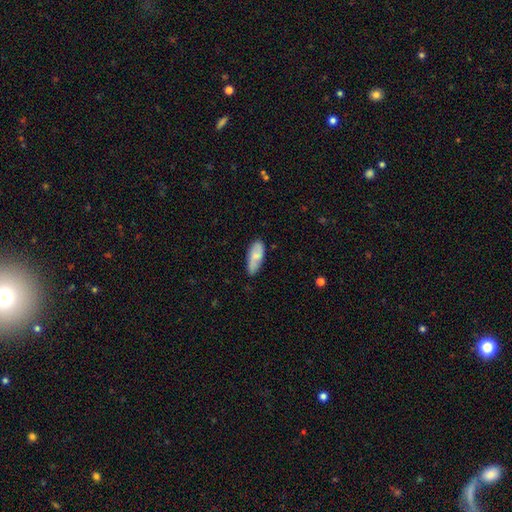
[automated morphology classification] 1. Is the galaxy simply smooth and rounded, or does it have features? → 71% smooth, 23% featured or disk, 6% star or artifact.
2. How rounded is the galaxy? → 80% in between, 17% cigar-shaped, 2% round.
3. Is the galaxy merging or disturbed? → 67% none, 26% minor disturbance, 4% major disturbance, 2% merger.